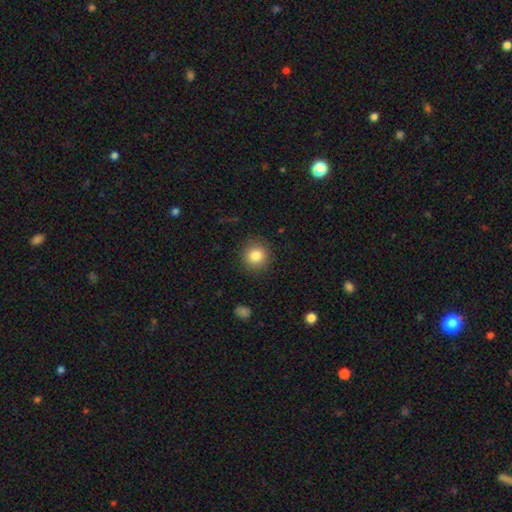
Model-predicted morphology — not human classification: Overall: smooth (84%). How rounded: round (92%). Merging: none (89%).